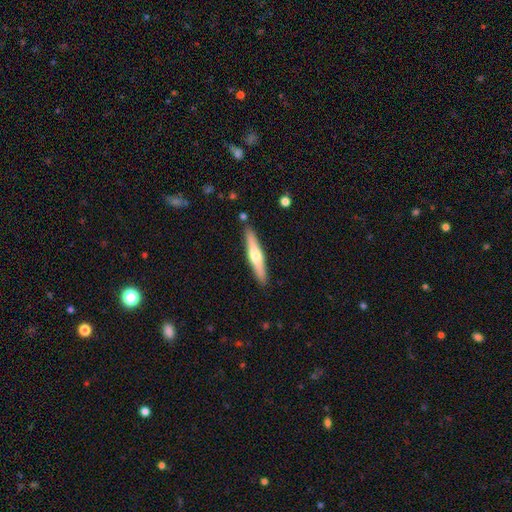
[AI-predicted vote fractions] featured or disk 52%, smooth 43%, star or artifact 5%. Down the decision tree: edge-on disk — yes (95%); merging — none (87%).